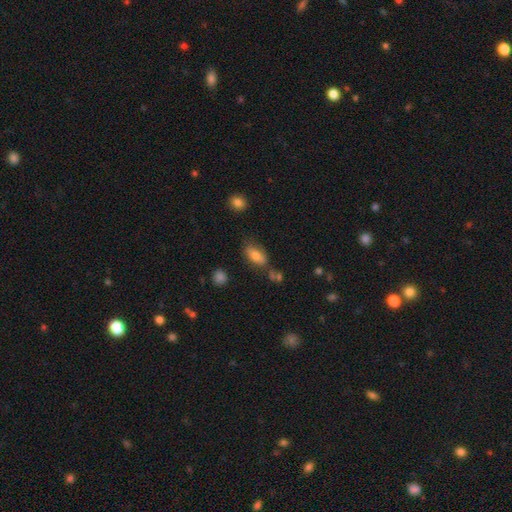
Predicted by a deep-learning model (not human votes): Q: Smooth or featured?
A: smooth (75%); runner-up: featured or disk (17%)
Q: How rounded?
A: in between (87%); runner-up: cigar-shaped (9%)
Q: Merging?
A: none (62%); runner-up: minor disturbance (22%)